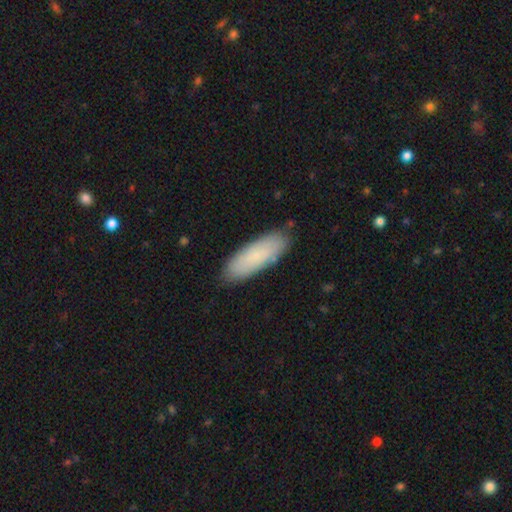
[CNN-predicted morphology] Smooth or featured?
  - smooth: 80% *
  - featured or disk: 13%
  - star or artifact: 7%
How rounded?
  - in between: 56% *
  - cigar-shaped: 42%
  - round: 2%
Merging?
  - none: 86% *
  - minor disturbance: 11%
  - major disturbance: 2%
  - merger: 1%